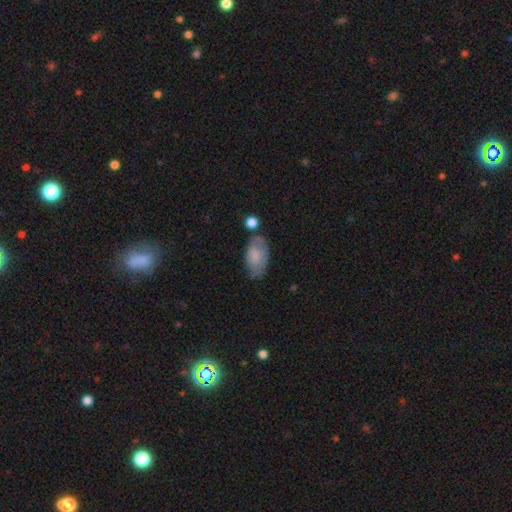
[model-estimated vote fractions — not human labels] smooth_or_featured: smooth (p=0.70) [alt: featured or disk p=0.23]
how_rounded: in between (p=0.93) [alt: round p=0.04]
merging: none (p=0.55) [alt: minor disturbance p=0.27]